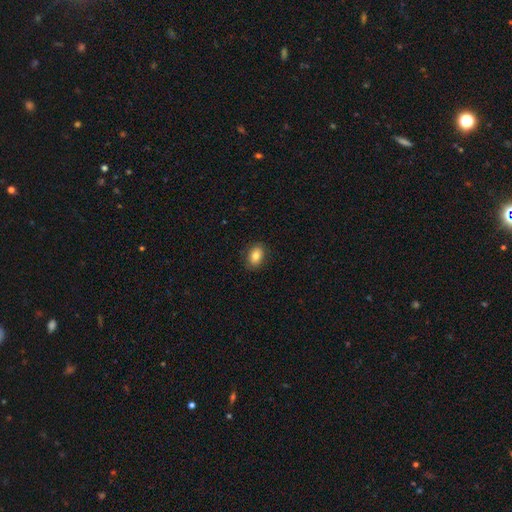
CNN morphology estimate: smooth_or_featured: smooth (p=0.82) [alt: featured or disk p=0.10]
how_rounded: in between (p=0.83) [alt: round p=0.16]
merging: none (p=0.87) [alt: minor disturbance p=0.10]